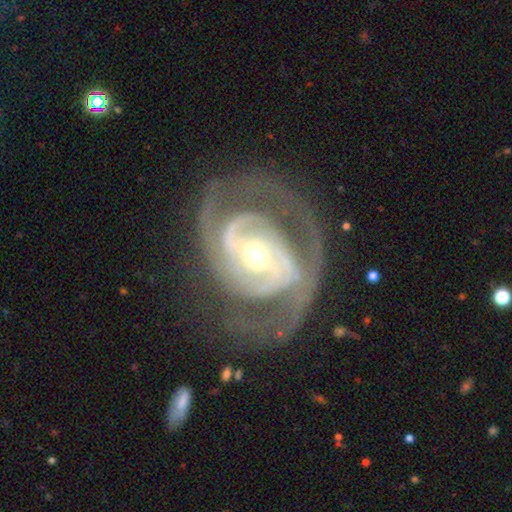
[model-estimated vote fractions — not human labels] A featured or disk galaxy (90%) with a weak bar (36%), 2 (50%) tight (52%) spiral arms (94%) and a small central bulge (55%).

Vote fractions:
- Smooth or featured? featured or disk: 90% / smooth: 6% / star or artifact: 5%
- Edge-on disk? no: 97% / yes: 3%
- Bar? weak: 36% / strong: 34% / no: 30%
- Spiral arms? yes: 94% / no: 6%
- Spiral winding? tight: 52% / medium: 39% / loose: 10%
- Spiral arm count? 2: 50% / 3: 20% / can't tell: 17% / 4: 5% / 1: 5% / more than 4: 4%
- Bulge size? small: 55% / moderate: 40% / large: 3% / dominant: 1% / none: 1%
- Merging? none: 63% / major disturbance: 18% / minor disturbance: 17% / merger: 2%